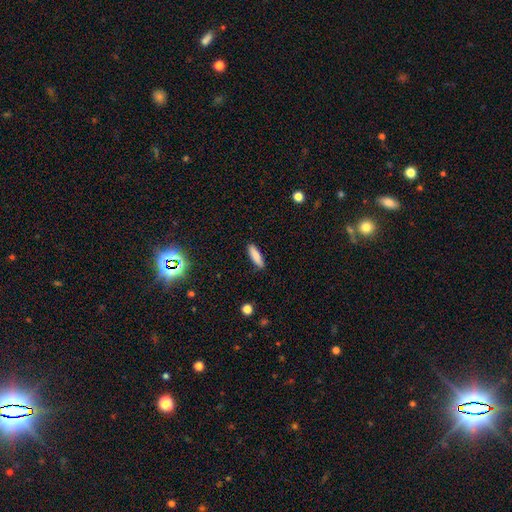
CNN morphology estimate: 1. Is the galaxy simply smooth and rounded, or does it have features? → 85% smooth, 8% star or artifact, 7% featured or disk.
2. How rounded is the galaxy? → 61% cigar-shaped, 37% in between, 2% round.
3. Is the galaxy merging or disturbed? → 87% none, 10% minor disturbance, 2% major disturbance, 1% merger.